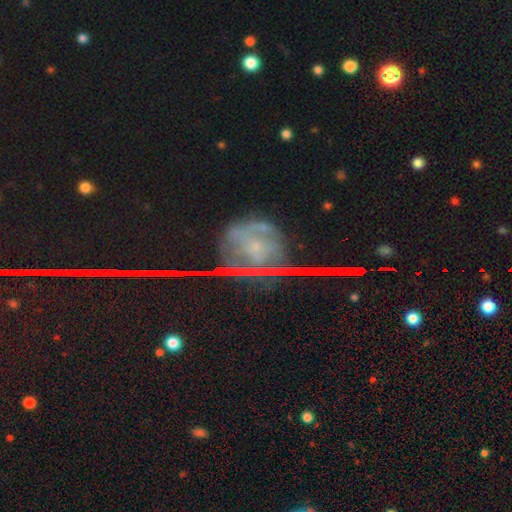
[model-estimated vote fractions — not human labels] Smooth or featured: featured or disk — 56% (star or artifact — 32%)
Edge-on disk: no — 79% (yes — 21%)
Merging: none — 49% (major disturbance — 24%)